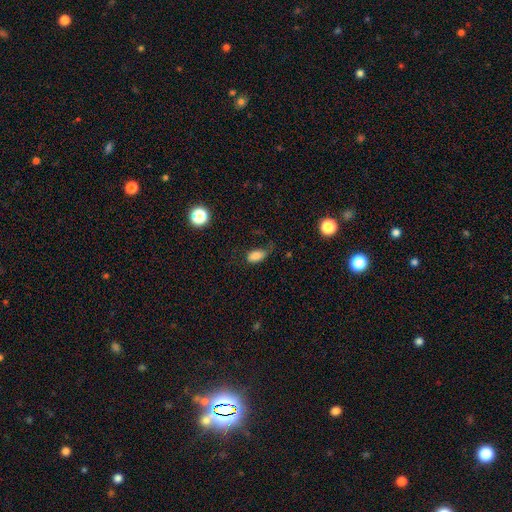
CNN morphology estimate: A smooth galaxy with no disk features (82%) that is in between round and cigar-shaped (89%).

Vote fractions:
- Smooth or featured? smooth: 82% / star or artifact: 10% / featured or disk: 8%
- How rounded? in between: 89% / round: 6% / cigar-shaped: 4%
- Merging? none: 48% / minor disturbance: 31% / major disturbance: 18% / merger: 3%